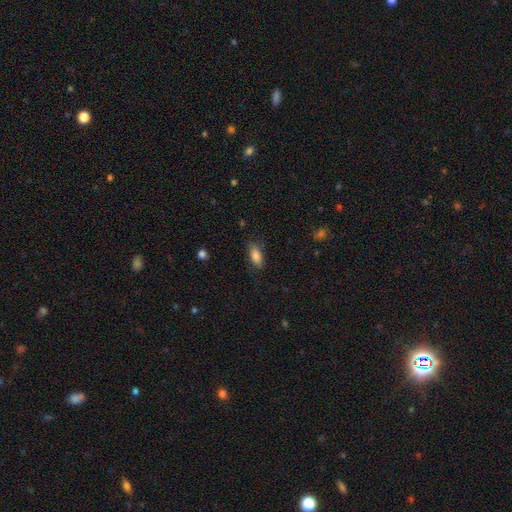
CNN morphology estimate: A smooth galaxy with no disk features (85%) that is in between round and cigar-shaped (86%).

Vote fractions:
- Smooth or featured? smooth: 85% / star or artifact: 8% / featured or disk: 7%
- How rounded? in between: 86% / cigar-shaped: 11% / round: 3%
- Merging? none: 80% / minor disturbance: 15% / major disturbance: 4% / merger: 1%